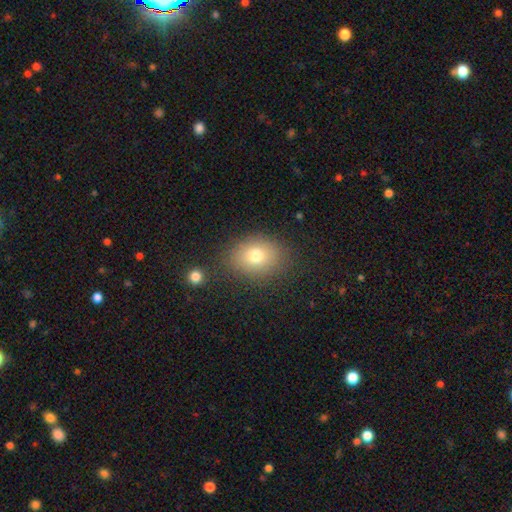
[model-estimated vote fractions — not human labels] A smooth galaxy with no disk features (76%) that is in between round and cigar-shaped (61%). Merging: none (80%).